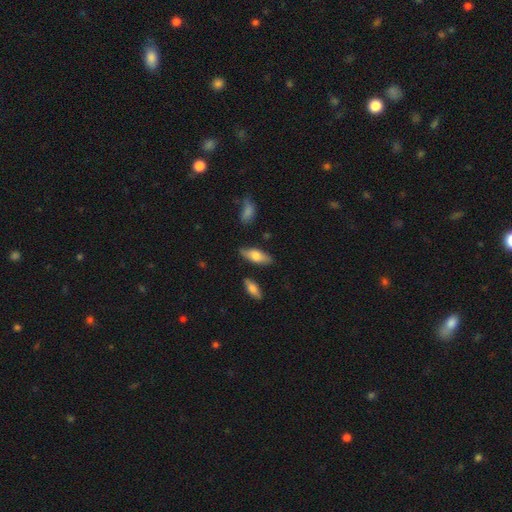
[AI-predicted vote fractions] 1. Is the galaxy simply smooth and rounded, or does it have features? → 69% smooth, 25% featured or disk, 6% star or artifact.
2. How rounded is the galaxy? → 74% in between, 23% cigar-shaped, 3% round.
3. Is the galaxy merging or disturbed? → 79% none, 15% minor disturbance, 4% merger, 3% major disturbance.